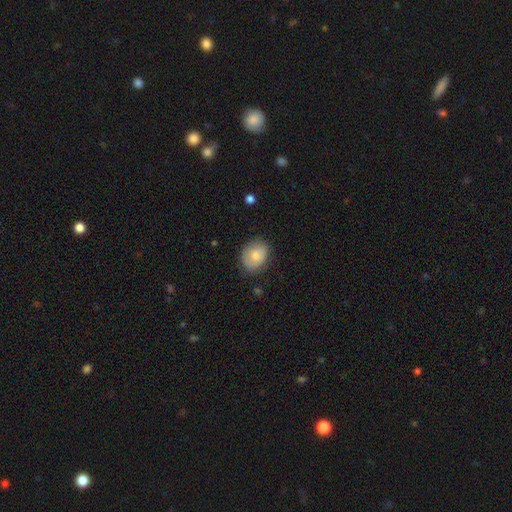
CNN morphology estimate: This is likely a smooth galaxy (78%). How rounded: possibly in between (53%). Merging: likely none (79%).